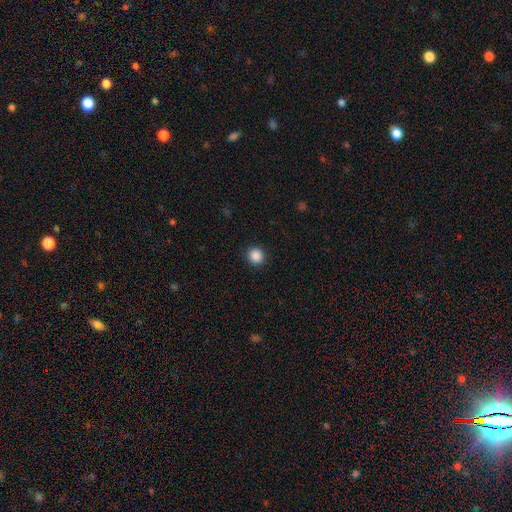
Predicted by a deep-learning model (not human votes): smooth 88%, star or artifact 10%, featured or disk 2%. Down the decision tree: how rounded — round (88%); merging — none (91%).